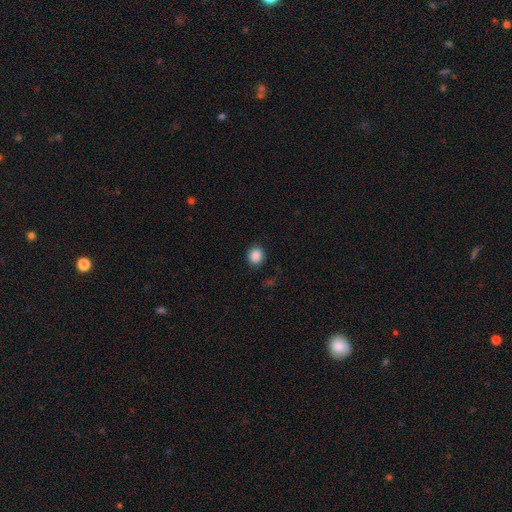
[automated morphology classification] This is clearly a smooth galaxy (88%). How rounded: clearly round (84%). Merging: clearly none (89%).